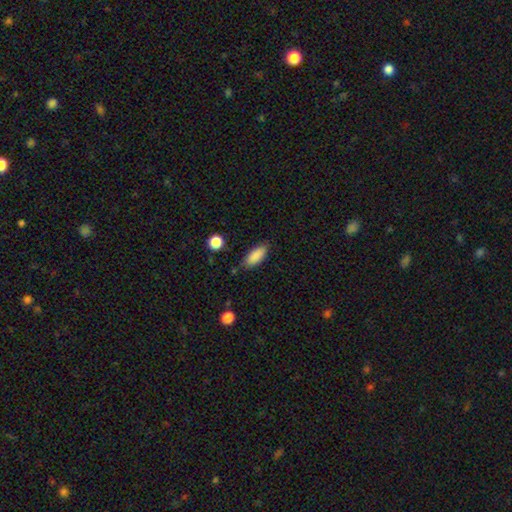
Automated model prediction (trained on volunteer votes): Smooth or featured?
  - smooth: 87% *
  - star or artifact: 7%
  - featured or disk: 5%
How rounded?
  - in between: 79% *
  - cigar-shaped: 19%
  - round: 2%
Merging?
  - none: 79% *
  - minor disturbance: 15%
  - major disturbance: 3%
  - merger: 2%